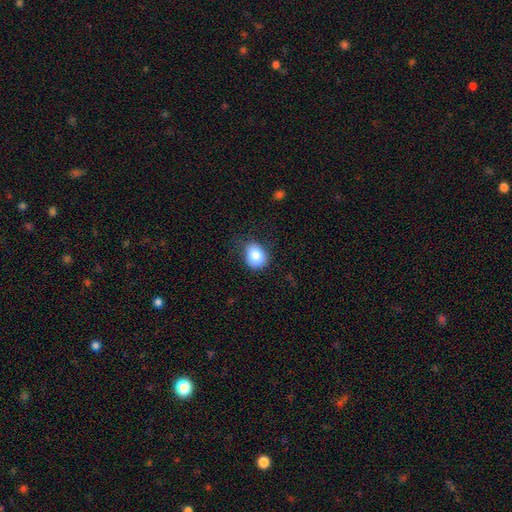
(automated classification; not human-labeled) This is clearly a smooth galaxy (84%). How rounded: possibly in between (51%). Merging: likely none (67%).